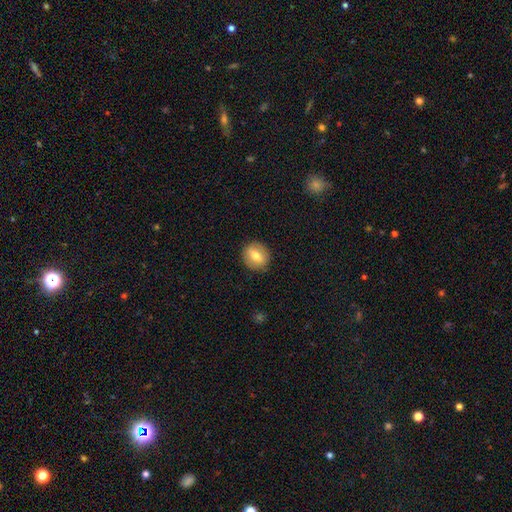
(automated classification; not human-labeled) smooth-or-featured: smooth: 61% | featured or disk: 31% | star or artifact: 8%
  how-rounded: round: 77% | in between: 22% | cigar-shaped: 1%
  merging: none: 88% | minor disturbance: 8% | major disturbance: 2% | merger: 1%